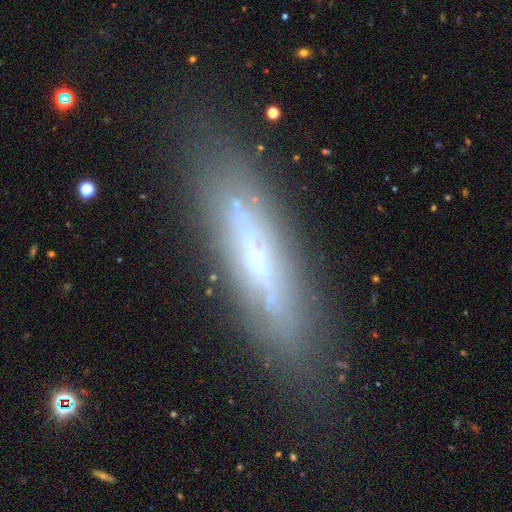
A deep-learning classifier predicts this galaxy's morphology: Smooth or featured?
  - featured or disk: 57% *
  - smooth: 33%
  - star or artifact: 11%
Edge-on disk?
  - yes: 73% *
  - no: 27%
Merging?
  - none: 78% *
  - minor disturbance: 15%
  - major disturbance: 5%
  - merger: 2%